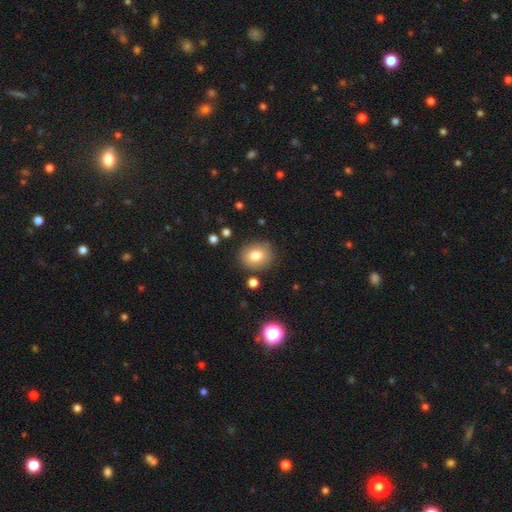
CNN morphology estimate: The model was most divided on "how rounded": round: 63%, in between: 36%, cigar-shaped: 1%. More confident: merging — none (84%); smooth or featured — smooth (79%).